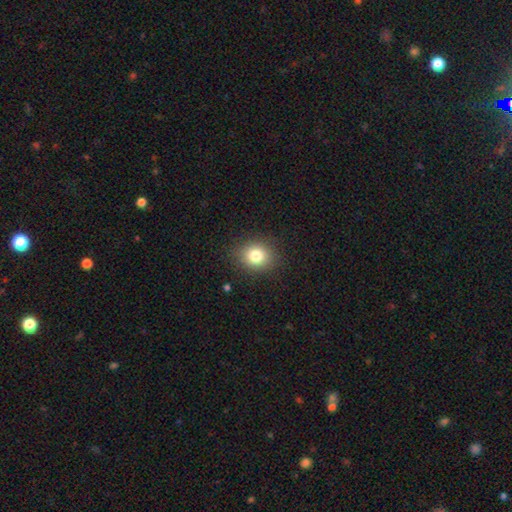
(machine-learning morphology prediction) A smooth galaxy with no disk features (80%) that is round (72%).

Vote fractions:
- Smooth or featured? smooth: 80% / star or artifact: 12% / featured or disk: 8%
- How rounded? round: 72% / in between: 27% / cigar-shaped: 1%
- Merging? none: 88% / minor disturbance: 9% / major disturbance: 3% / merger: 1%